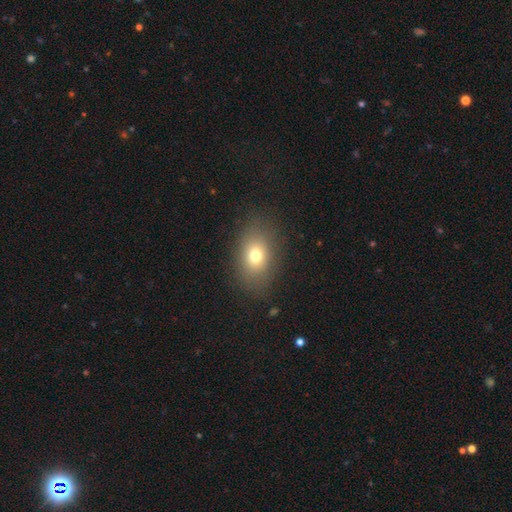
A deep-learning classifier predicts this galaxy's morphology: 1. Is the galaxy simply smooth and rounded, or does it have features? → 73% smooth, 14% featured or disk, 13% star or artifact.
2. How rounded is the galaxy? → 74% in between, 24% round, 2% cigar-shaped.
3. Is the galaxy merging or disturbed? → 83% none, 11% minor disturbance, 5% major disturbance, 1% merger.